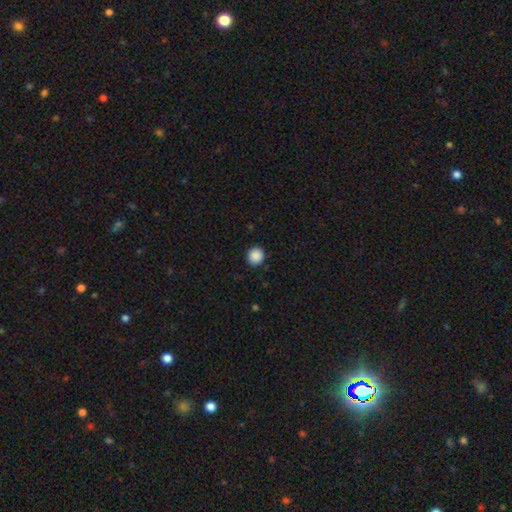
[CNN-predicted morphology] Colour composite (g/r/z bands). It shows a smooth galaxy with no disk features (89%) that is round (87%). Merging: none (90%).